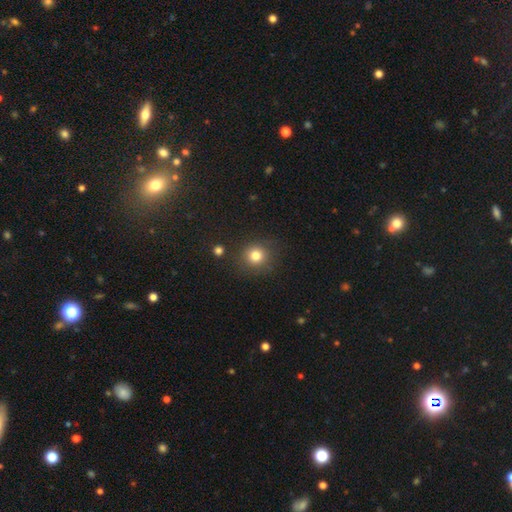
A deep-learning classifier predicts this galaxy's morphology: Smooth or featured? Predicted: smooth (p=0.80). How rounded? Predicted: round (p=0.89). Merging? Predicted: none (p=0.84).